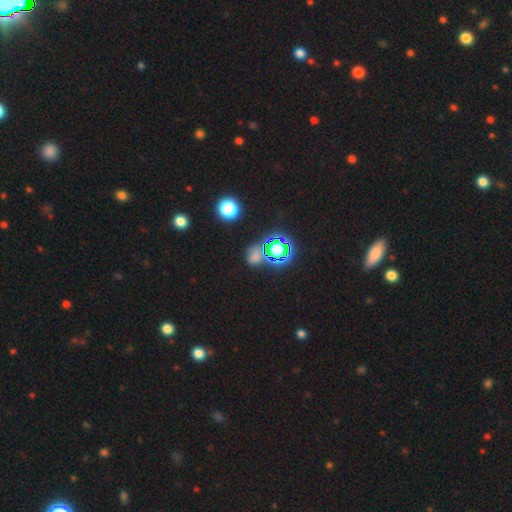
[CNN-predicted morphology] Smooth or featured? Predicted: star or artifact (p=0.52).